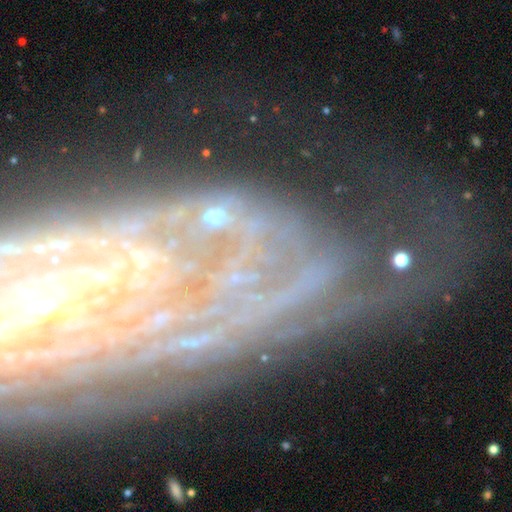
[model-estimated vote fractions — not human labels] A featured or disk galaxy (69%) with no bar (61%), spiral arms (81%) and a small central bulge (53%). Merging: none (57%).